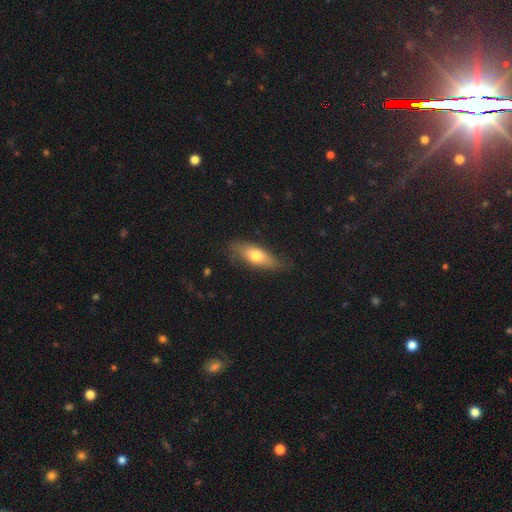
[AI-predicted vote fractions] Smooth or featured? smooth (65%)
How rounded? in between (63%)
Merging? none (70%)